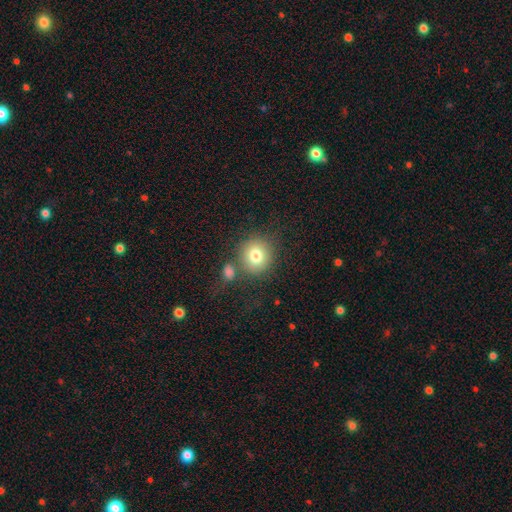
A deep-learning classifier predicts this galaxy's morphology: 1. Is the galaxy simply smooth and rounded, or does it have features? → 78% smooth, 11% featured or disk, 11% star or artifact.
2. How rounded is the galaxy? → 89% round, 10% in between, 1% cigar-shaped.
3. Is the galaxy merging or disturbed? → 68% none, 16% merger, 11% minor disturbance, 6% major disturbance.